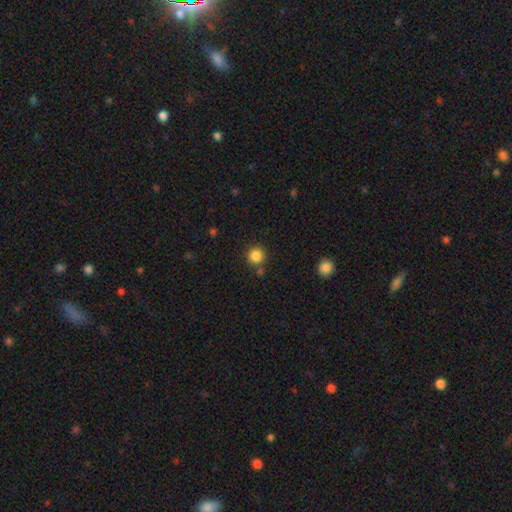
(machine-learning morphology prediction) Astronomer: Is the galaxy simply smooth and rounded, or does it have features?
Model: smooth — 85%.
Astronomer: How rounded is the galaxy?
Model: round — 95%.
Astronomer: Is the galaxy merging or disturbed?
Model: none — 82%.